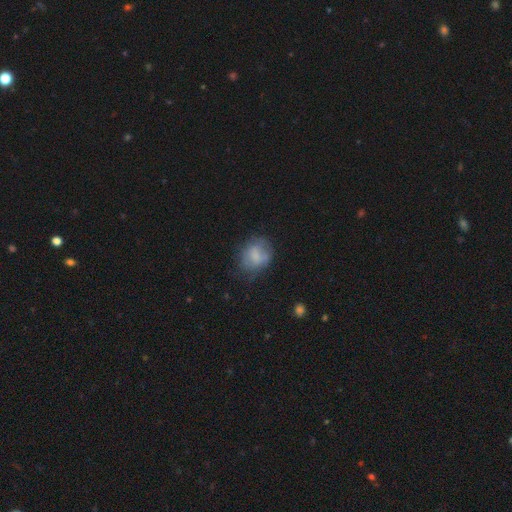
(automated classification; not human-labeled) This is likely a smooth galaxy (64%). How rounded: possibly round (54%). Merging: possibly none (54%).